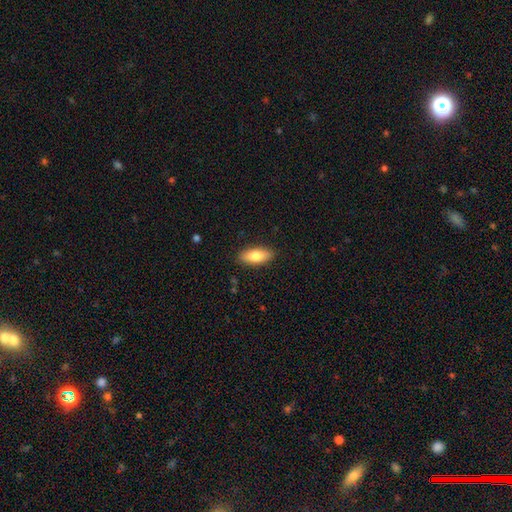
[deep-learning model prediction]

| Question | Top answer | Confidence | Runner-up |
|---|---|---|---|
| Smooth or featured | smooth | 79% | featured or disk (15%) |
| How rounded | in between | 79% | cigar-shaped (19%) |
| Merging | none | 88% | minor disturbance (9%) |